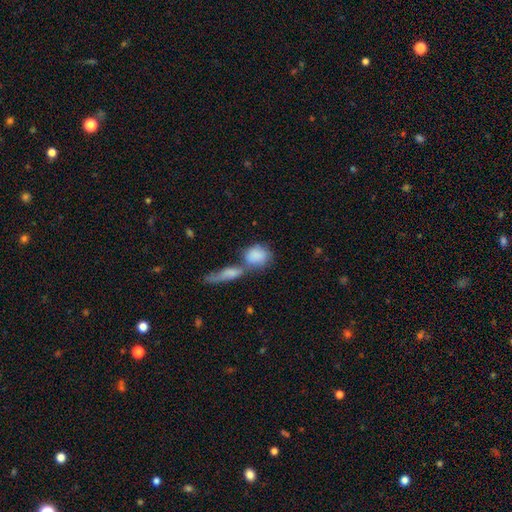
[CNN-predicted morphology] type=smooth (82%); roundness=in between (49%); merging=merger (58%).